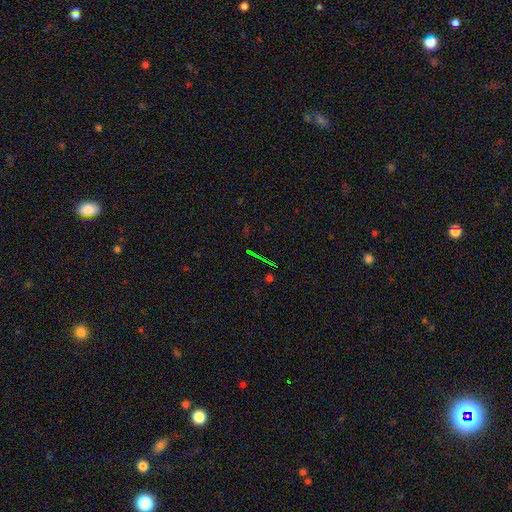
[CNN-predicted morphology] type=star or artifact (71%).